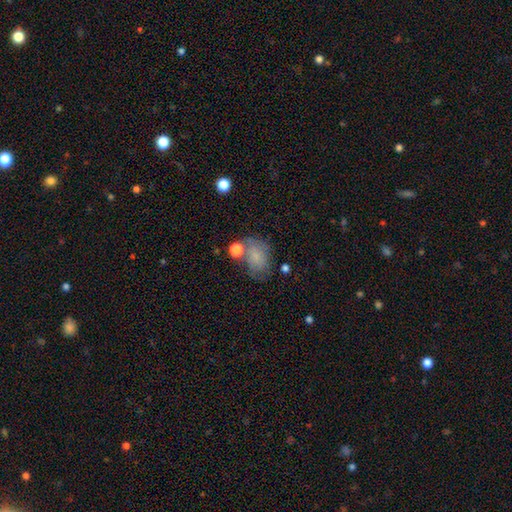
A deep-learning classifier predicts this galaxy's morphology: This is likely a smooth galaxy (71%). How rounded: likely in between (68%). Merging: possibly none (49%).